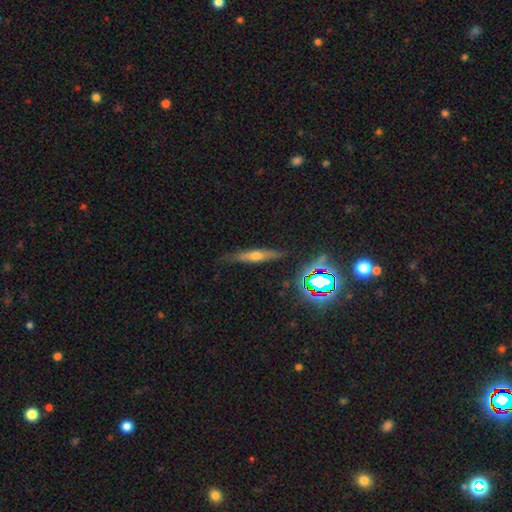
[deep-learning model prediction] featured or disk 50%, smooth 34%, star or artifact 16%. Down the decision tree: merging — none (82%).